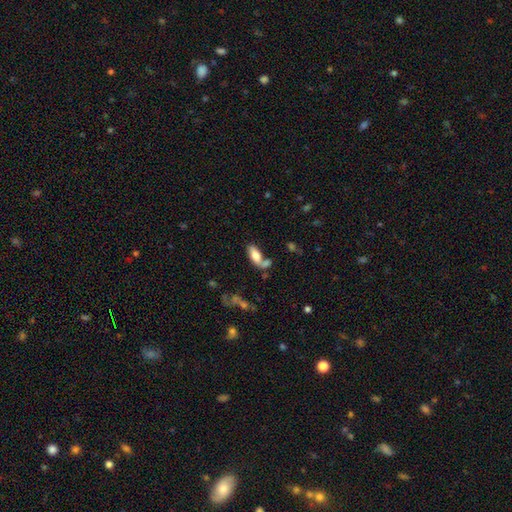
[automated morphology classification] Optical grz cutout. It shows a smooth galaxy with no disk features (74%) that is in between round and cigar-shaped (83%). Merging: none (51%).